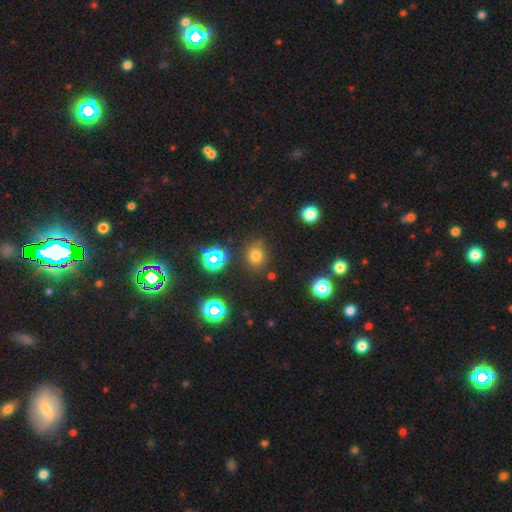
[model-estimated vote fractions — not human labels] A smooth galaxy with no disk features (70%) that is round (75%). Merging: none (81%).